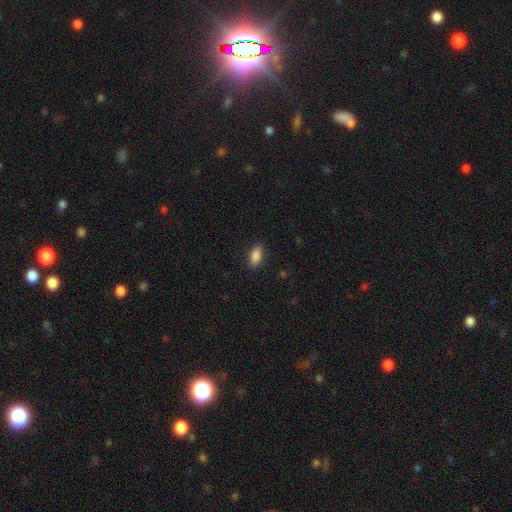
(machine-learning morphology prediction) This appears to be a smooth galaxy with no disk features (88%) that is in between round and cigar-shaped (87%). Merging: none (88%).